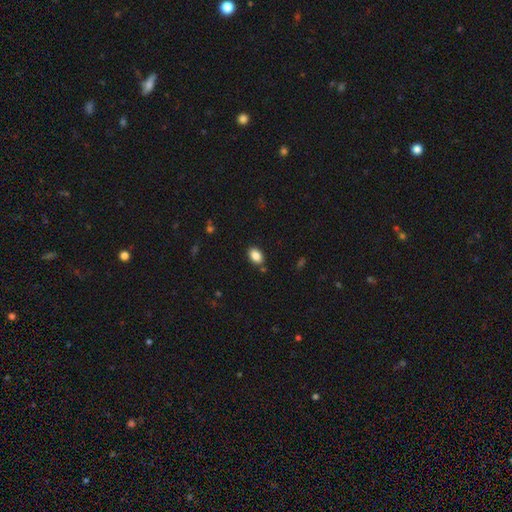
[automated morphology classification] This is clearly a smooth galaxy (87%). How rounded: clearly in between (87%). Merging: clearly none (83%).